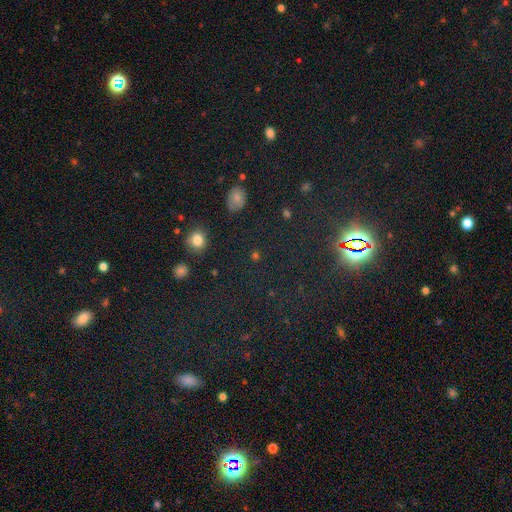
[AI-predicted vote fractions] A star or artifact, not a galaxy (57%).

Vote fractions:
- Smooth or featured? star or artifact: 57% / smooth: 33% / featured or disk: 10%